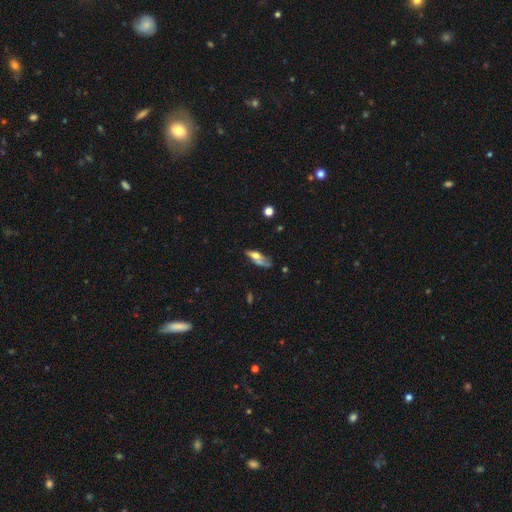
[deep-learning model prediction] Smooth or featured? Predicted: smooth (p=0.47). Merging? Predicted: none (p=0.34).